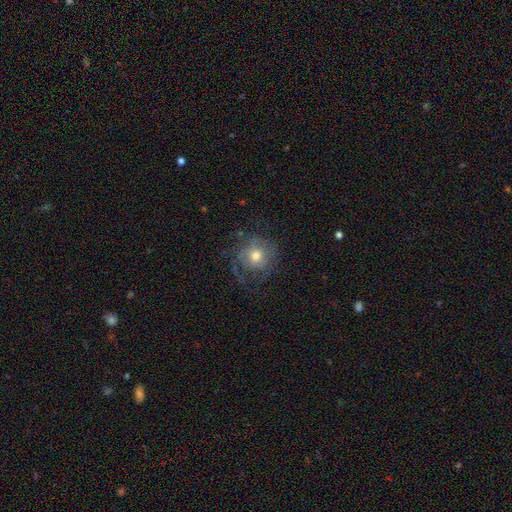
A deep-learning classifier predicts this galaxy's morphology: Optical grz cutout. It shows a smooth galaxy with no disk features (55%) that is round (87%). Merging: none (60%).